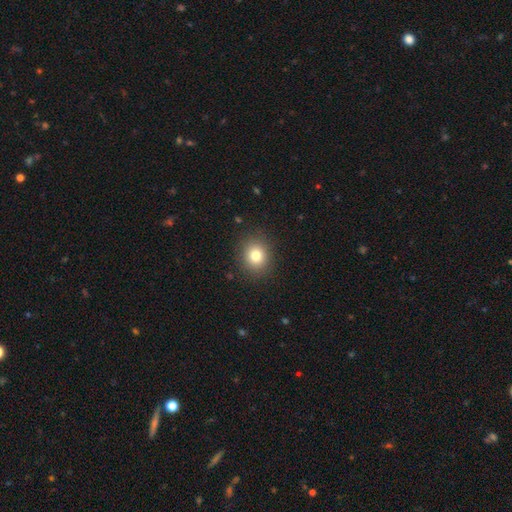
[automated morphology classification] Smooth or featured: smooth — 79% (star or artifact — 12%)
How rounded: round — 75% (in between — 25%)
Merging: none — 89% (minor disturbance — 8%)